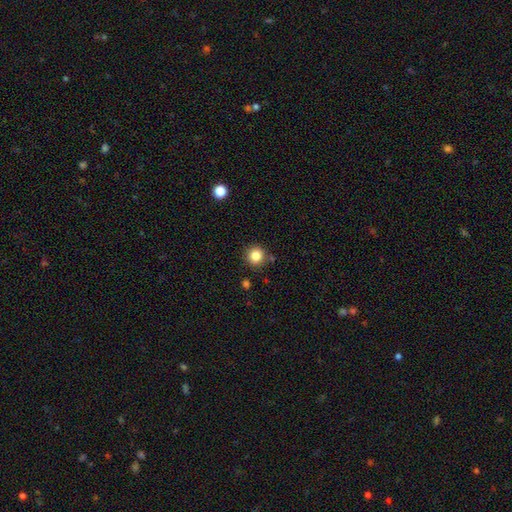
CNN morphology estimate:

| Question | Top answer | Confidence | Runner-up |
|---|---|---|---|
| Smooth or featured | smooth | 84% | star or artifact (11%) |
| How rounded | round | 93% | in between (6%) |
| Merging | none | 86% | minor disturbance (8%) |